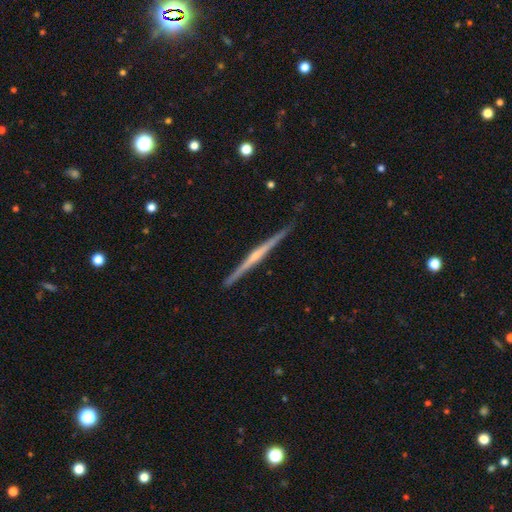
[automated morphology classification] smooth_or_featured: featured or disk (p=0.78) [alt: smooth p=0.17]
disk_edge_on: yes (p=0.98) [alt: no p=0.02]
edge_on_bulge: rounded (p=0.58) [alt: none p=0.33]
merging: none (p=0.88) [alt: minor disturbance p=0.09]